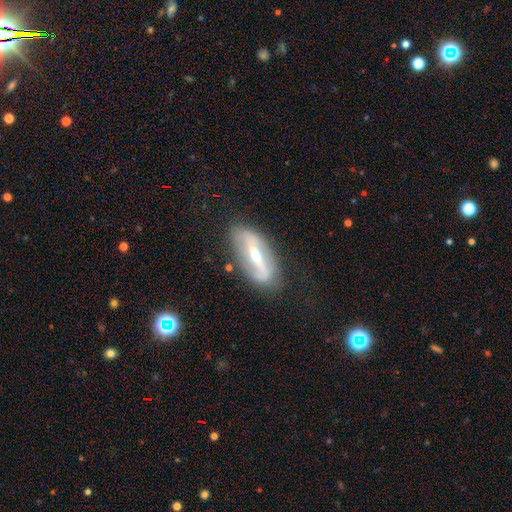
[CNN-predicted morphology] Q: Smooth or featured?
A: featured or disk (76%); runner-up: smooth (18%)
Q: Edge-on disk?
A: no (77%); runner-up: yes (23%)
Q: Bar?
A: strong (69%); runner-up: weak (21%)
Q: Spiral arms?
A: yes (59%); runner-up: no (41%)
Q: Bulge size?
A: moderate (51%); runner-up: small (44%)
Q: Merging?
A: none (77%); runner-up: minor disturbance (15%)